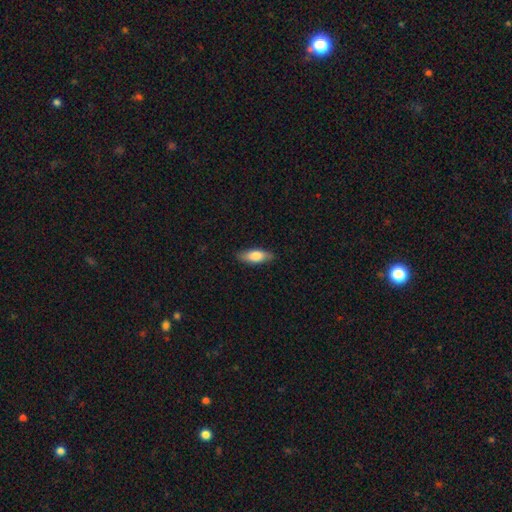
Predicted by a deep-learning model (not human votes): The model was most divided on "how rounded": in between: 70%, cigar-shaped: 28%, round: 3%. More confident: merging — none (84%); smooth or featured — smooth (75%).